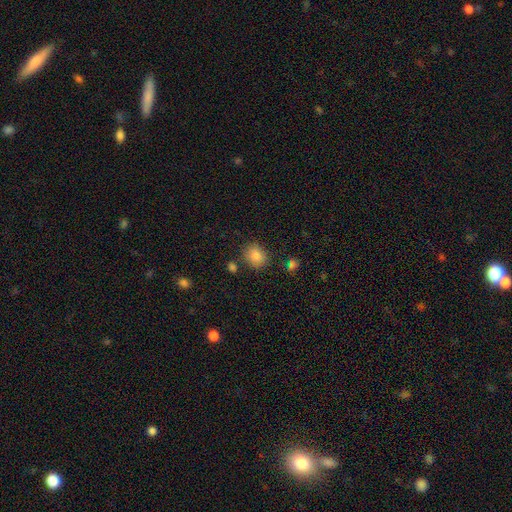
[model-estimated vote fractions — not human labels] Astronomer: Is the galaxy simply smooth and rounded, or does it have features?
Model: smooth — 84%.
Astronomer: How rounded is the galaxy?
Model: round — 64%.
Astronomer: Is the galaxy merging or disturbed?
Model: none — 80%.